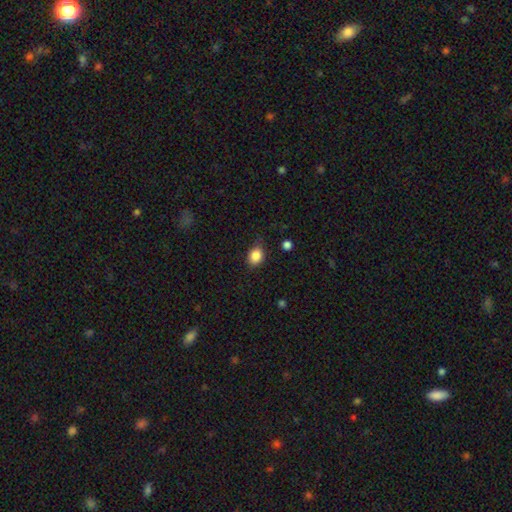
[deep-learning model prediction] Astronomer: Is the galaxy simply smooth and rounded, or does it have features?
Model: smooth — 85%.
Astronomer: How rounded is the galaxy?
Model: round — 50% (runner-up: in between, 49%).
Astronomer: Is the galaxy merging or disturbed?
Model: none — 71%.